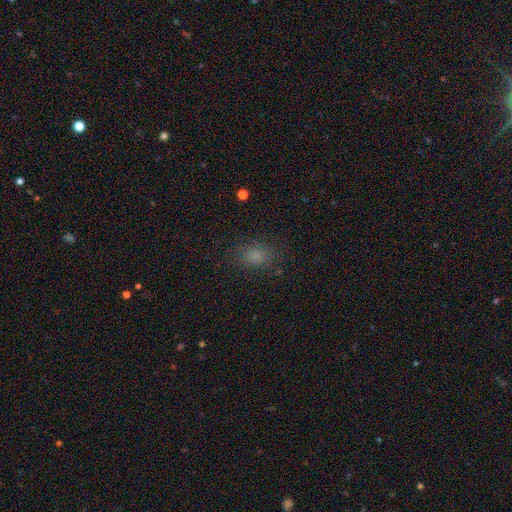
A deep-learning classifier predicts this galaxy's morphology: A smooth galaxy with no disk features (77%) that is in between round and cigar-shaped (74%). Merging: none (82%).